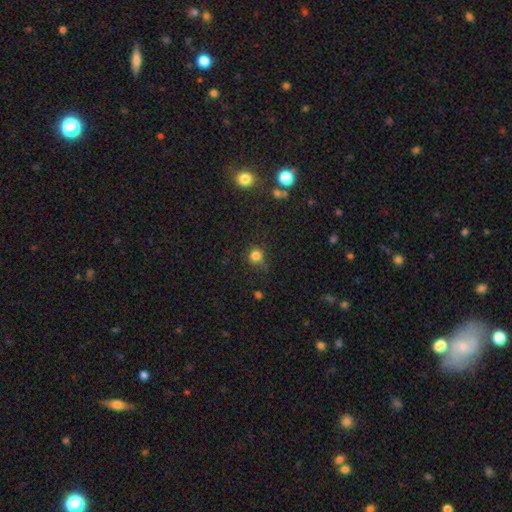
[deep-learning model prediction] A smooth galaxy with no disk features (80%) that is round (88%). Merging: none (67%).